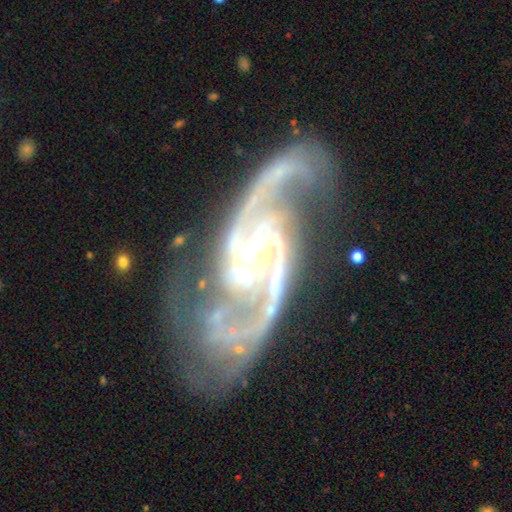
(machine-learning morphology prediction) smooth_or_featured: featured or disk (p=0.94) [alt: star or artifact p=0.04]
disk_edge_on: no (p=0.97) [alt: yes p=0.03]
bar: weak (p=0.42) [alt: strong p=0.35]
has_spiral_arms: yes (p=0.99) [alt: no p=0.01]
spiral_winding: medium (p=0.59) [alt: loose p=0.24]
spiral_arm_count: 2 (p=0.86) [alt: 3 p=0.05]
bulge_size: small (p=0.57) [alt: moderate p=0.35]
merging: none (p=0.65) [alt: minor disturbance p=0.18]